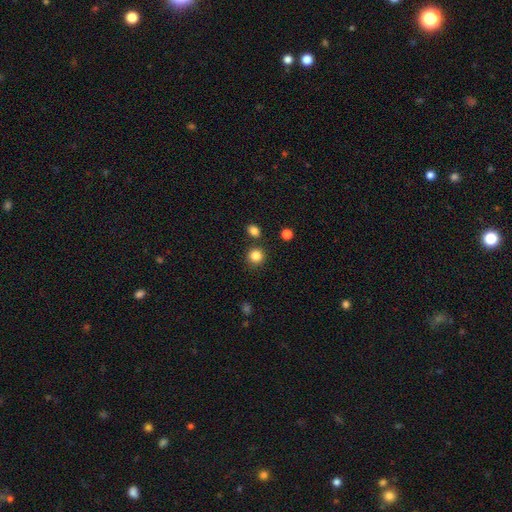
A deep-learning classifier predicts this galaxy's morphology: type=smooth (84%); roundness=round (91%); merging=none (84%).